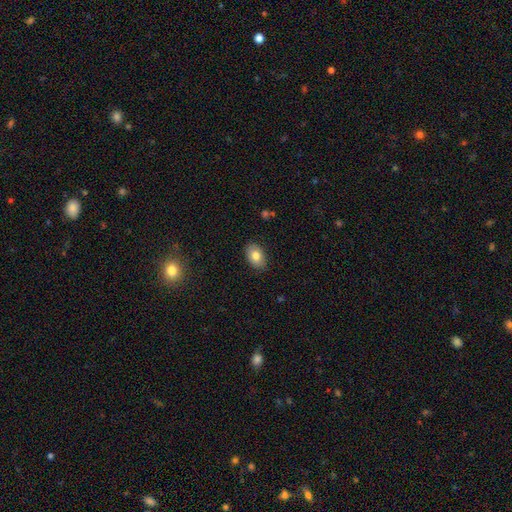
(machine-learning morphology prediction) Smooth or featured?
  - smooth: 80% *
  - featured or disk: 12%
  - star or artifact: 8%
How rounded?
  - in between: 87% *
  - round: 12%
  - cigar-shaped: 1%
Merging?
  - none: 86% *
  - minor disturbance: 10%
  - major disturbance: 2%
  - merger: 1%